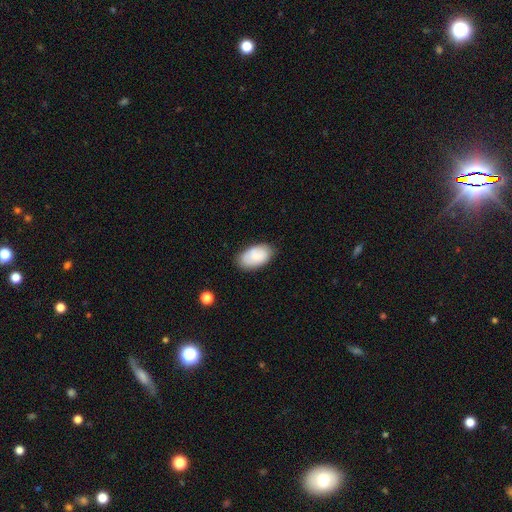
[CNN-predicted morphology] This appears to be a smooth galaxy with no disk features (79%) that is in between round and cigar-shaped (94%). Merging: none (81%).